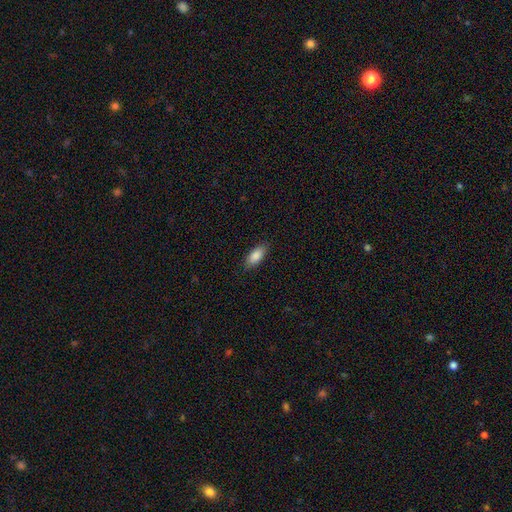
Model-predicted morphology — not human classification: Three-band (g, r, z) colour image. It shows a smooth galaxy with no disk features (87%) that is in between round and cigar-shaped (86%). Merging: none (85%).